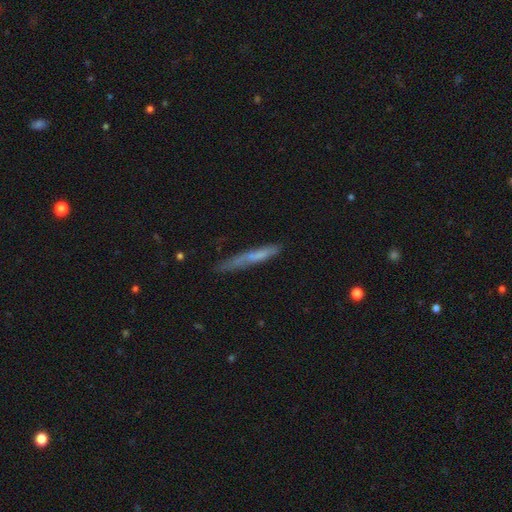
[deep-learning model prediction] Q: Smooth or featured?
A: smooth (57%); runner-up: featured or disk (35%)
Q: How rounded?
A: cigar-shaped (94%); runner-up: in between (5%)
Q: Merging?
A: none (71%); runner-up: minor disturbance (20%)